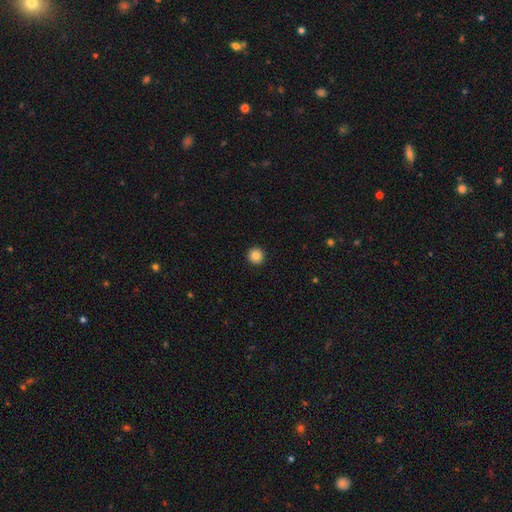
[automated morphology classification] Smooth or featured: smooth — 85% (star or artifact — 10%)
How rounded: round — 96% (in between — 3%)
Merging: none — 94% (minor disturbance — 4%)